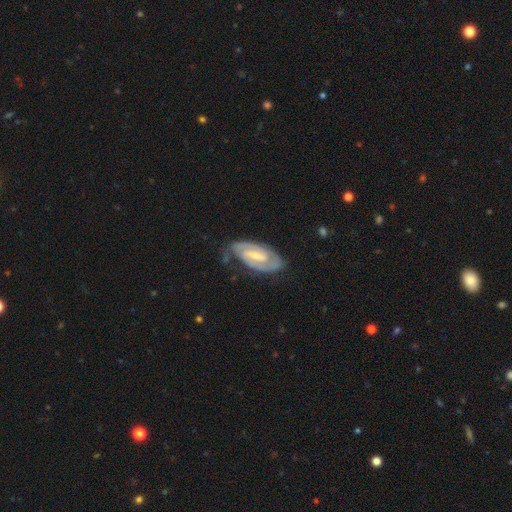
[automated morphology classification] Overall: featured or disk (88%). Edge-on disk: no (96%). Bar: weak (49%; strong 34%). Spiral arms: yes (97%). Spiral arm count: 2 (88%). Spiral winding: tight (55%; medium 38%). Bulge size: small (64%; moderate 30%). Merging: none (74%).